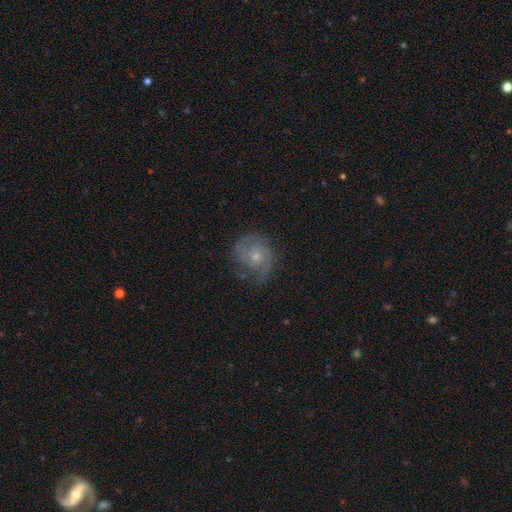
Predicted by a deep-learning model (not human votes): Smooth or featured: featured or disk — 80% (smooth — 13%)
Edge-on disk: no — 98% (yes — 2%)
Bar: no — 75% (weak — 22%)
Spiral arms: yes — 95% (no — 5%)
Spiral winding: tight — 48% (medium — 40%)
Spiral arm count: 2 — 68% (can't tell — 13%)
Bulge size: small — 60% (moderate — 35%)
Merging: none — 71% (minor disturbance — 19%)